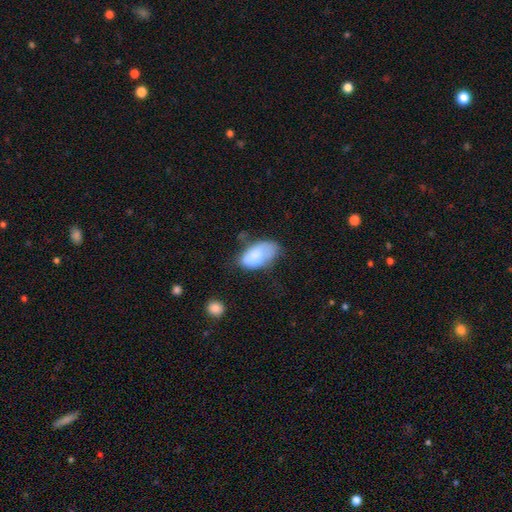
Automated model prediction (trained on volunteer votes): smooth-or-featured: smooth: 75% | featured or disk: 18% | star or artifact: 8%
  how-rounded: in between: 94% | round: 4% | cigar-shaped: 2%
  merging: none: 36% (tied) | minor disturbance: 36% (tied) | major disturbance: 20% | merger: 7%